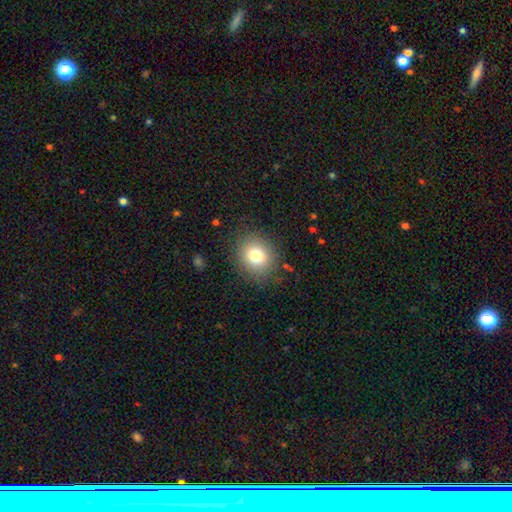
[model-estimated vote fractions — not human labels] Smooth or featured: smooth — 78% (star or artifact — 11%)
How rounded: round — 74% (in between — 25%)
Merging: none — 85% (minor disturbance — 10%)